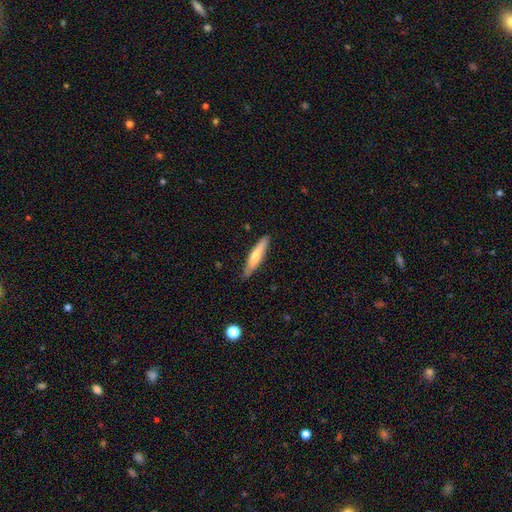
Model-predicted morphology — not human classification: smooth_or_featured: smooth (p=0.57) [alt: featured or disk p=0.37]
how_rounded: cigar-shaped (p=0.82) [alt: in between p=0.16]
merging: none (p=0.85) [alt: minor disturbance p=0.12]